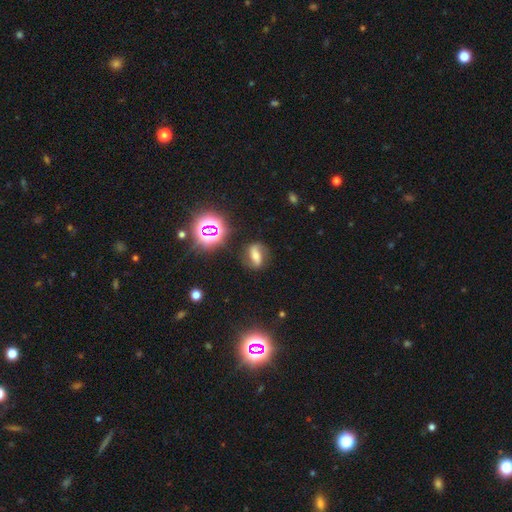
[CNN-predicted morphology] Overall: featured or disk (55%; smooth 25%). Edge-on disk: no (89%). Merging: none (79%).